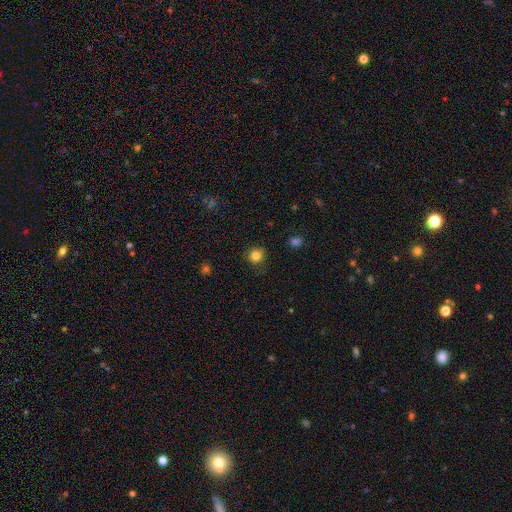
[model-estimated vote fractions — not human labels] This appears to be a smooth galaxy with no disk features (84%) that is round (89%). Merging: none (84%).